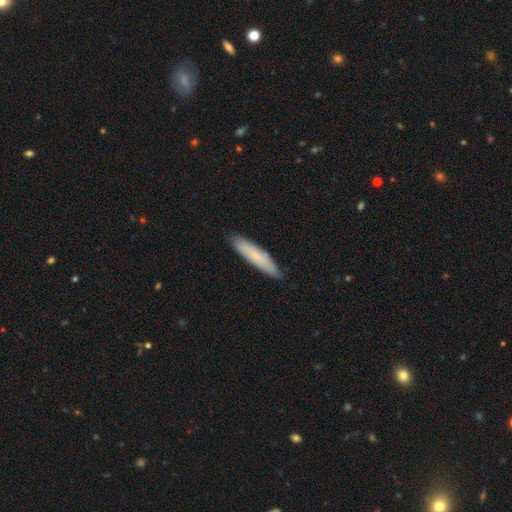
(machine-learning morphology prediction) Overall: smooth (74%). How rounded: cigar-shaped (84%). Merging: none (87%).